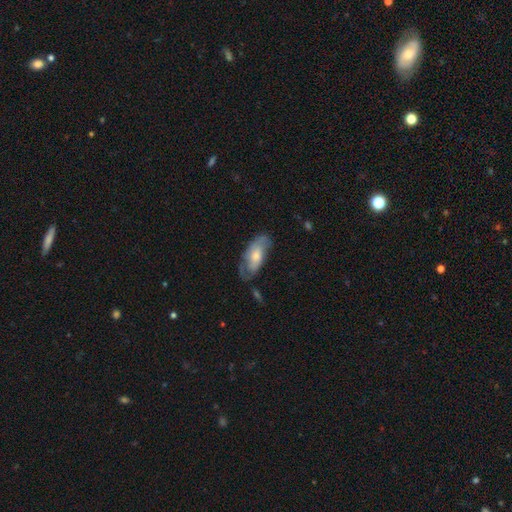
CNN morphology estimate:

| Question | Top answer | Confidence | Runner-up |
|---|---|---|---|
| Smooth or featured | smooth | 49% | featured or disk (45%) |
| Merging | none | 57% | minor disturbance (28%) |